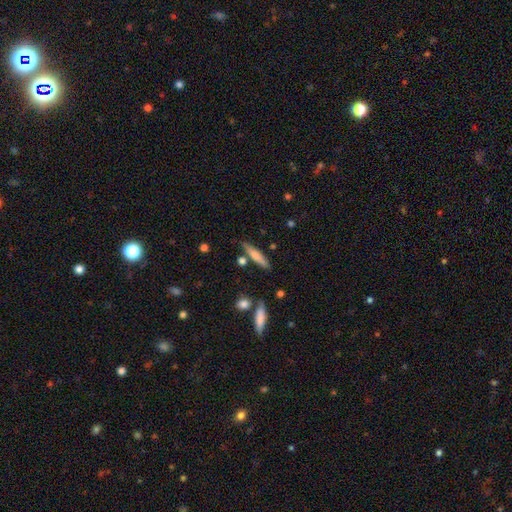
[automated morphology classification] smooth-or-featured: smooth: 66% | featured or disk: 27% | star or artifact: 6%
  how-rounded: cigar-shaped: 85% | in between: 13% | round: 2%
  merging: none: 76% | minor disturbance: 14% | merger: 7% | major disturbance: 3%